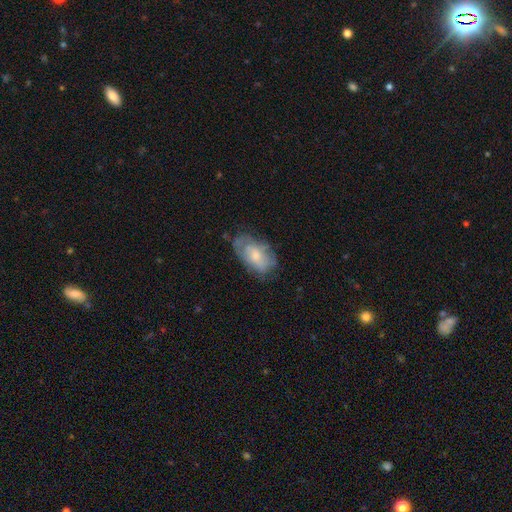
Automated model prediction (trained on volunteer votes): This is possibly a smooth galaxy (53%). How rounded: clearly in between (92%). Merging: possibly none (57%).